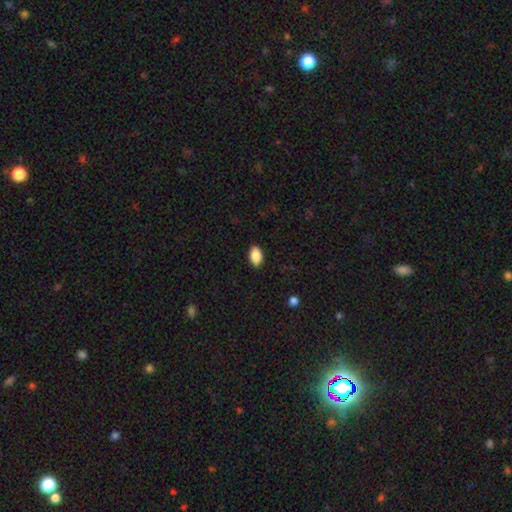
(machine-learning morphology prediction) smooth 88%, star or artifact 8%, featured or disk 5%. Down the decision tree: how rounded — in between (92%); merging — none (89%).